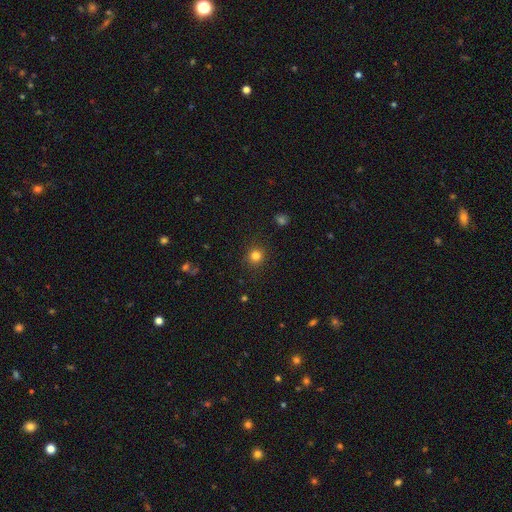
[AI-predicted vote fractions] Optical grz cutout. It shows a smooth galaxy with no disk features (81%) that is round (91%). Merging: none (90%).